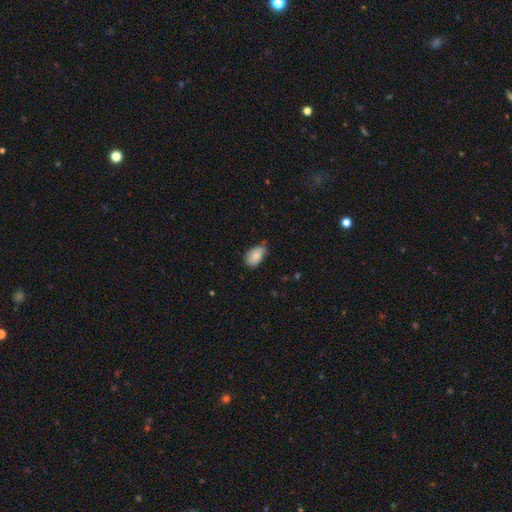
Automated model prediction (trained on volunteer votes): Overall: smooth (82%). How rounded: in between (89%). Merging: none (54%; minor disturbance 37%).